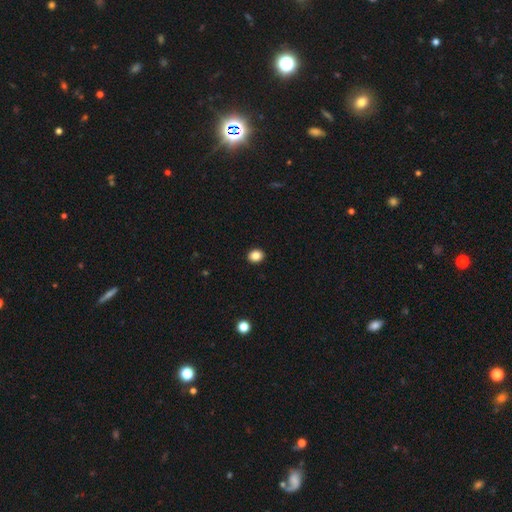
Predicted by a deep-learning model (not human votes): Morphology: type=smooth (87%); roundness=round (70%); merging=none (93%).